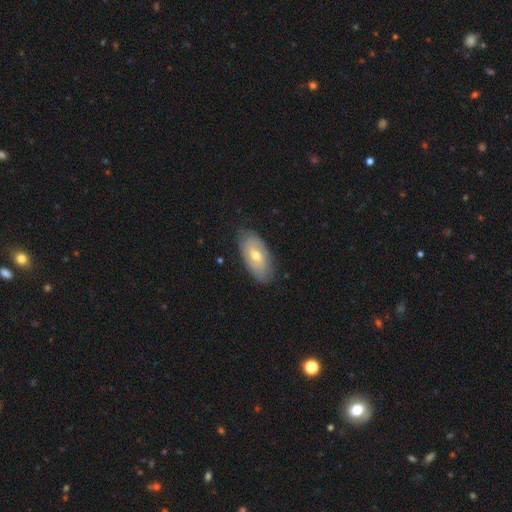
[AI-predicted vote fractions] Smooth or featured? smooth (51%)
How rounded? in between (91%)
Merging? none (80%)